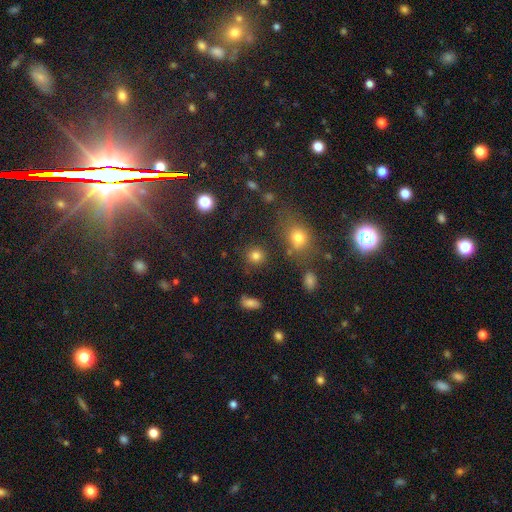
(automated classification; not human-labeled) Q: Smooth or featured?
A: smooth (79%); runner-up: star or artifact (15%)
Q: How rounded?
A: round (89%); runner-up: in between (10%)
Q: Merging?
A: none (82%); runner-up: minor disturbance (9%)